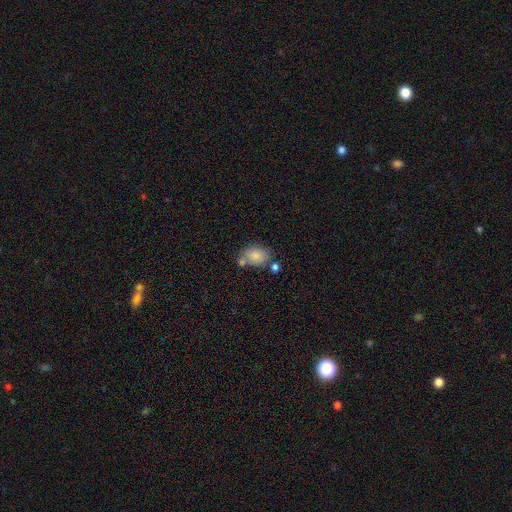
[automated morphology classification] Smooth or featured: smooth — 82% (featured or disk — 9%)
How rounded: in between — 71% (round — 28%)
Merging: none — 56% (merger — 20%)